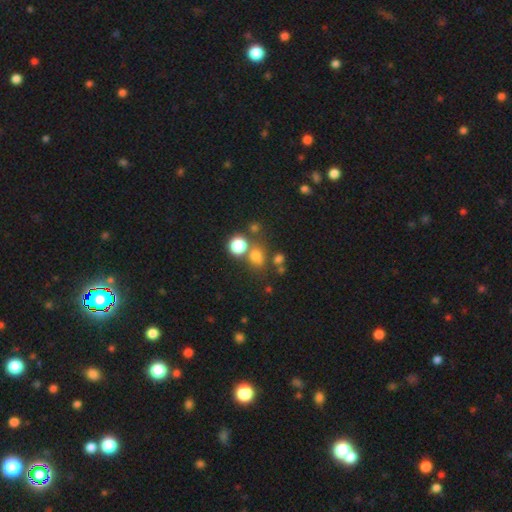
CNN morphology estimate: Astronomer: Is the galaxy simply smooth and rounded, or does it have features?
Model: smooth — 70%.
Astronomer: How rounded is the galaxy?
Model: round — 70%.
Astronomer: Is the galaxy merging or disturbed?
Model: none — 61%.